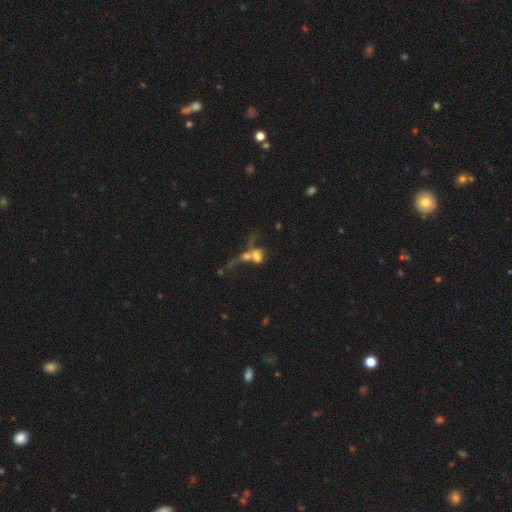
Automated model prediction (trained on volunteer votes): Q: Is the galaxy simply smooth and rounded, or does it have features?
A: smooth — 51%.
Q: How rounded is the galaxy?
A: in between — 57%.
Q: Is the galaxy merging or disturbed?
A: merger — 64%.